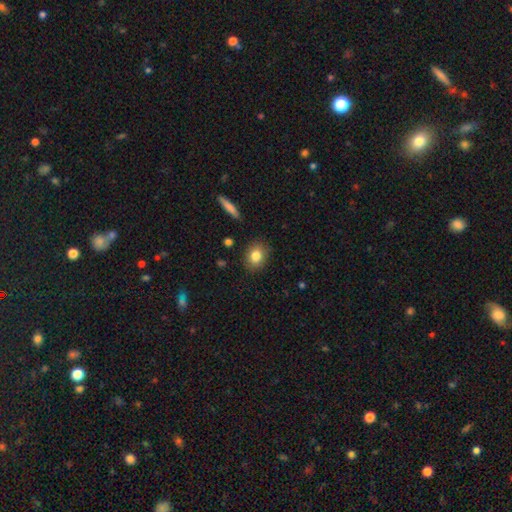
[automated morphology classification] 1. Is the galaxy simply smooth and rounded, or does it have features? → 82% smooth, 9% featured or disk, 9% star or artifact.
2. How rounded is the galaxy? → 51% round, 48% in between, 2% cigar-shaped.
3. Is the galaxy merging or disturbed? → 87% none, 9% minor disturbance, 2% major disturbance, 1% merger.